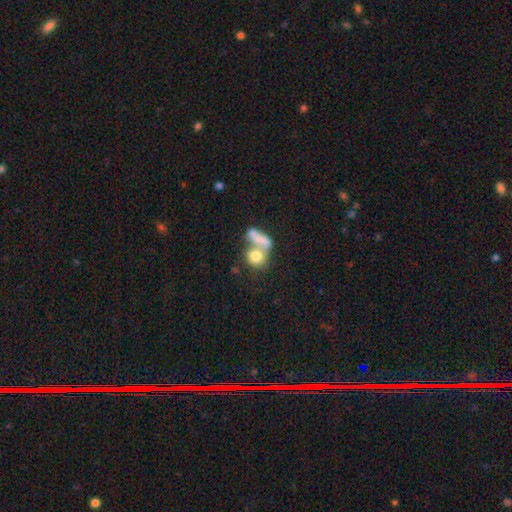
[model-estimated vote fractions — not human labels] The model was most divided on "how rounded": round: 63%, in between: 34%, cigar-shaped: 4%. More confident: smooth or featured — smooth (73%); merging — merger (60%).